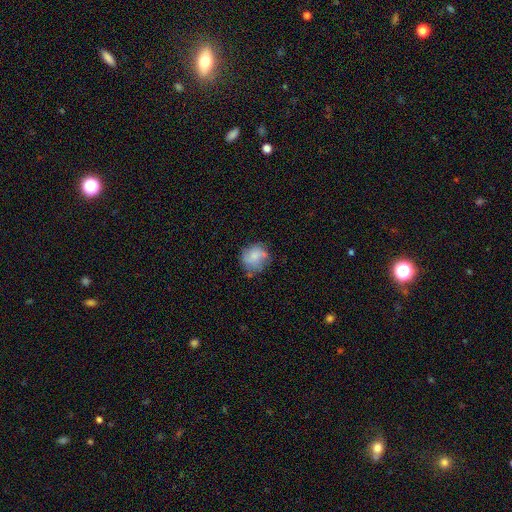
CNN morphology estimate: Smooth or featured? smooth (64%)
How rounded? round (77%)
Merging? none (58%)